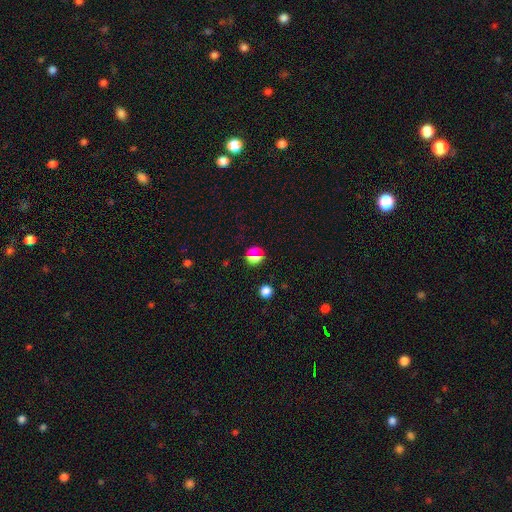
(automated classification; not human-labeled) Smooth or featured? smooth (58%)
How rounded? round (86%)
Merging? none (82%)